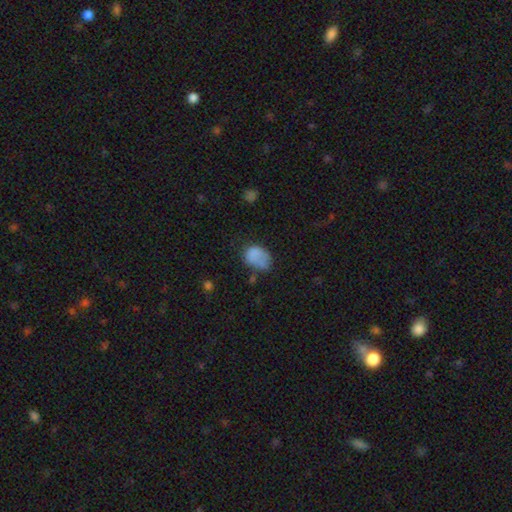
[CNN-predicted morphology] smooth-or-featured: smooth: 76% | featured or disk: 14% | star or artifact: 10%
  how-rounded: in between: 71% | round: 28% | cigar-shaped: 1%
  merging: none: 36% | minor disturbance: 31% | major disturbance: 23% | merger: 9%